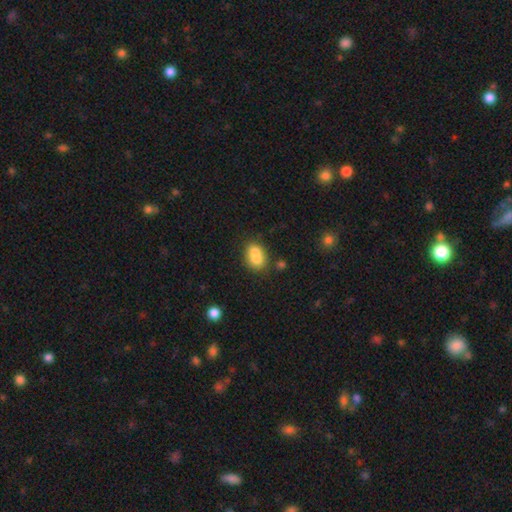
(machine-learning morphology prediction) smooth-or-featured: smooth: 76% | featured or disk: 15% | star or artifact: 9%
  how-rounded: in between: 69% | round: 29% | cigar-shaped: 2%
  merging: merger: 45% | none: 37% | minor disturbance: 13% | major disturbance: 5%